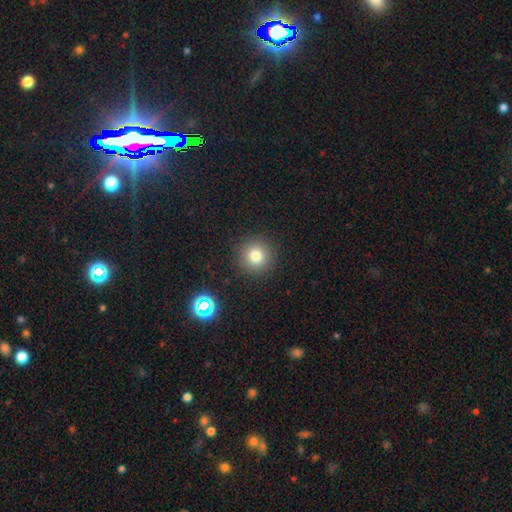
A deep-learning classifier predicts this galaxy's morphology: The model was most divided on "smooth or featured": smooth: 77%, star or artifact: 15%, featured or disk: 8%. More confident: how rounded — round (95%); merging — none (90%).